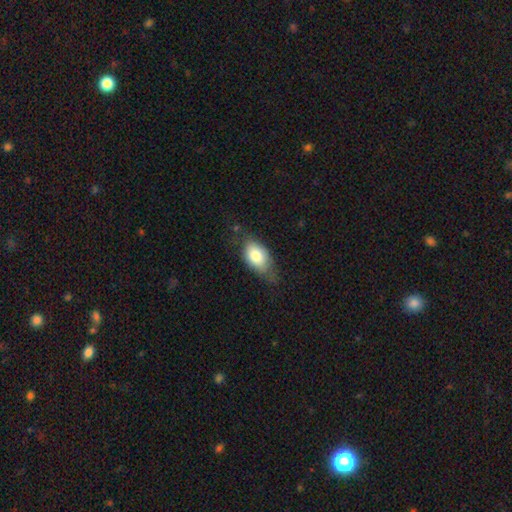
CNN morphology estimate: type=smooth (77%); roundness=in between (90%); merging=none (53%).